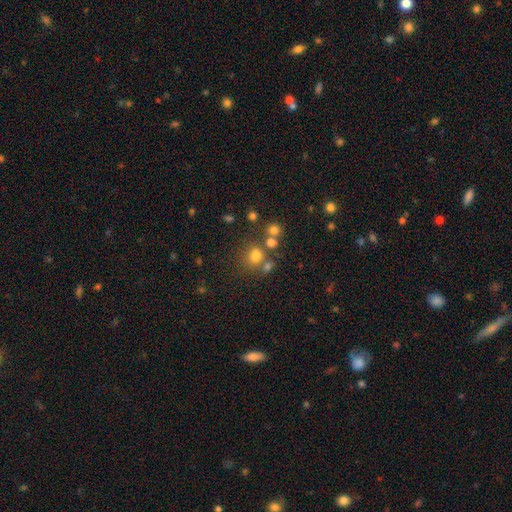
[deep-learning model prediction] smooth 71%, star or artifact 19%, featured or disk 10%. Down the decision tree: how rounded — round (70%); merging — none (58%).